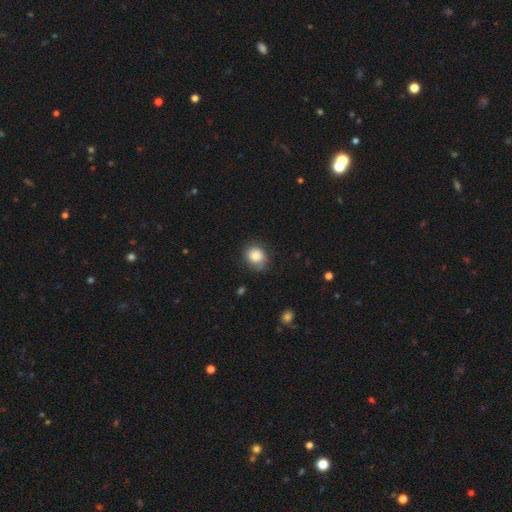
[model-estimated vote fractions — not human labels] The model was most divided on "how rounded": round: 75%, in between: 24%, cigar-shaped: 1%. More confident: smooth or featured — smooth (82%); merging — none (72%).